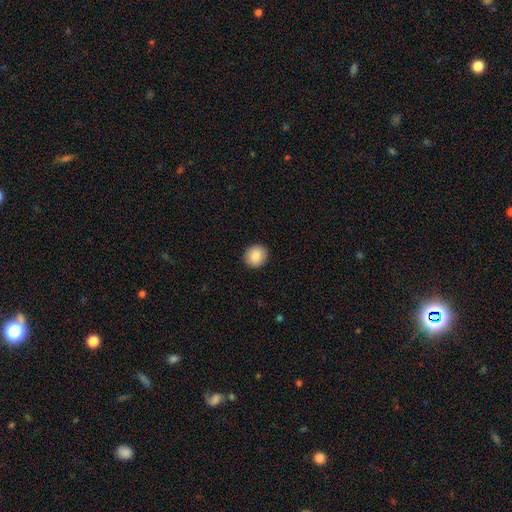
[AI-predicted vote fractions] smooth_or_featured: smooth (p=0.88) [alt: star or artifact p=0.08]
how_rounded: round (p=0.85) [alt: in between p=0.14]
merging: none (p=0.92) [alt: minor disturbance p=0.06]